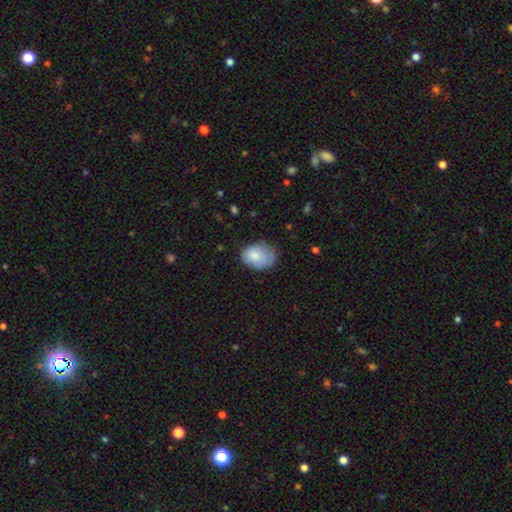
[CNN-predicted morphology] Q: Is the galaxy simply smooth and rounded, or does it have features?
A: smooth — 79%.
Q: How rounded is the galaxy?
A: in between — 69%.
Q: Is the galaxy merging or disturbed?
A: none — 55%.